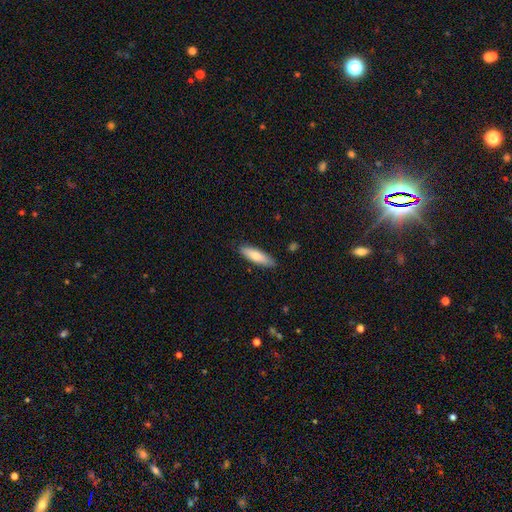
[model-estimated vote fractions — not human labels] This is likely a smooth galaxy (72%). How rounded: likely cigar-shaped (62%). Merging: clearly none (87%).